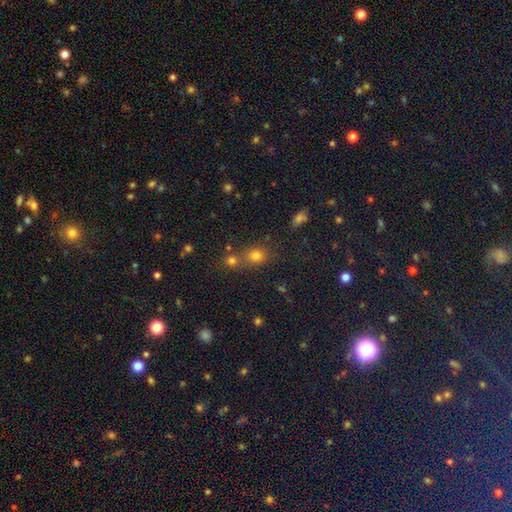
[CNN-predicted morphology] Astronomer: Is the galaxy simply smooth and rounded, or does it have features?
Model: smooth — 73%.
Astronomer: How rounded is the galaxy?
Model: round — 73%.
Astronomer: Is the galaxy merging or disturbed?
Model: none — 55% (runner-up: merger, 31%).